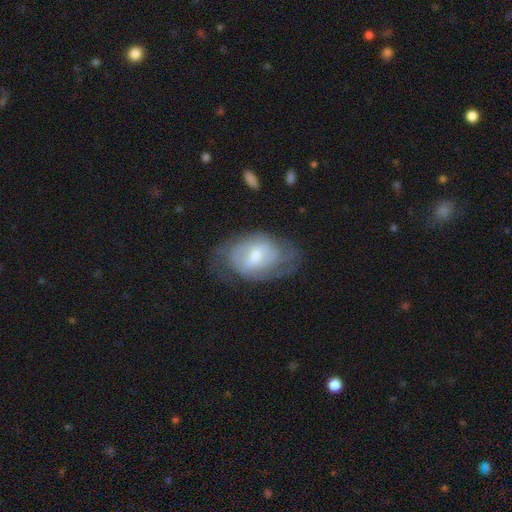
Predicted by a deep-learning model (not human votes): Smooth or featured: featured or disk — 70% (smooth — 24%)
Edge-on disk: no — 95% (yes — 5%)
Bar: weak — 51% (no — 37%)
Spiral arms: yes — 82% (no — 18%)
Spiral winding: tight — 47% (medium — 38%)
Spiral arm count: can't tell — 40% (tied with 2 — 40%)
Bulge size: moderate — 54% (small — 38%)
Merging: none — 56% (minor disturbance — 25%)